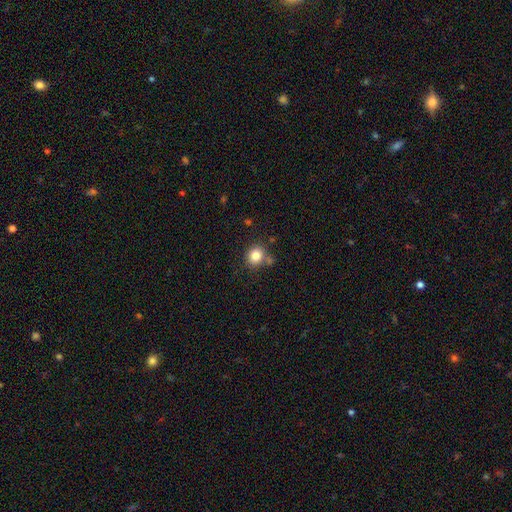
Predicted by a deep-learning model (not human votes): smooth 82%, star or artifact 11%, featured or disk 7%. Down the decision tree: how rounded — round (77%); merging — none (72%).